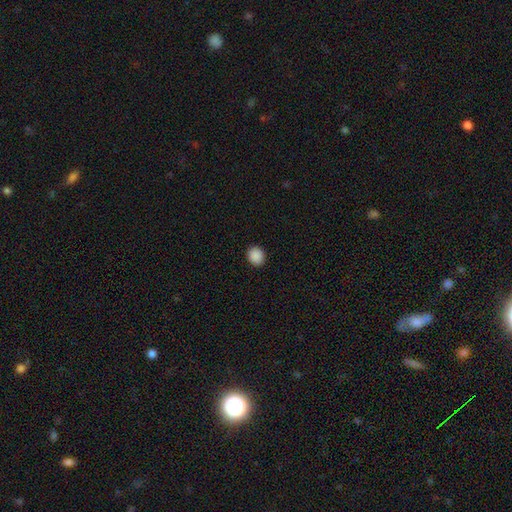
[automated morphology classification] smooth 89%, star or artifact 9%, featured or disk 2%. Down the decision tree: how rounded — round (74%); merging — none (91%).